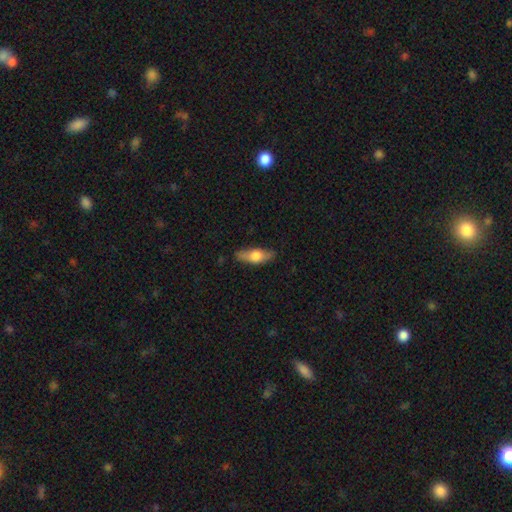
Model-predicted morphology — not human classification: A smooth galaxy with no disk features (57%) that is in between round and cigar-shaped (61%).

Vote fractions:
- Smooth or featured? smooth: 57% / featured or disk: 37% / star or artifact: 6%
- How rounded? in between: 61% / cigar-shaped: 35% / round: 4%
- Merging? none: 80% / minor disturbance: 15% / major disturbance: 3% / merger: 1%